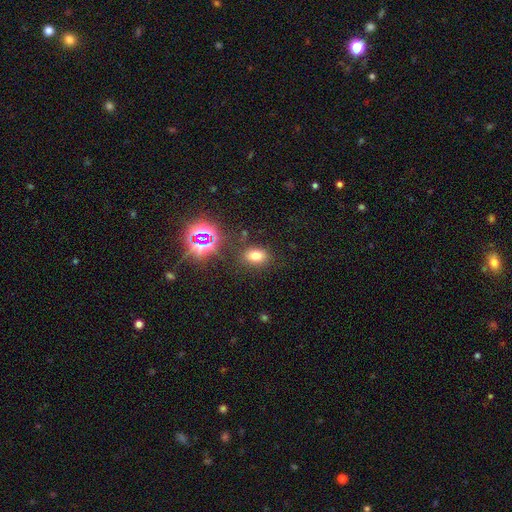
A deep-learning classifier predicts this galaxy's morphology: This appears to be a smooth galaxy with no disk features (69%) that is in between round and cigar-shaped (79%). Merging: none (82%).